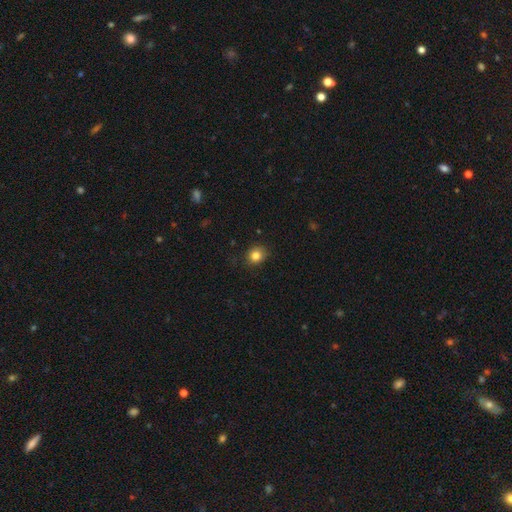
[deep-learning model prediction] Q: Smooth or featured?
A: smooth (83%); runner-up: star or artifact (11%)
Q: How rounded?
A: round (80%); runner-up: in between (19%)
Q: Merging?
A: none (87%); runner-up: minor disturbance (10%)